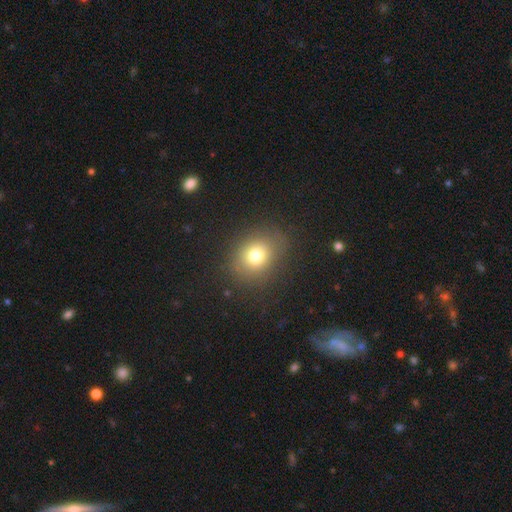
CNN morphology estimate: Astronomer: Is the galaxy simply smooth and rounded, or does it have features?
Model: smooth — 75%.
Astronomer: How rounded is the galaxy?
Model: round — 55% (runner-up: in between, 44%).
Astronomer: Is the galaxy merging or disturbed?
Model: none — 82%.